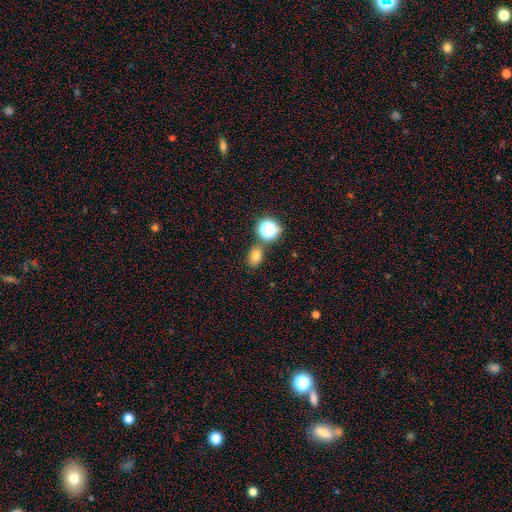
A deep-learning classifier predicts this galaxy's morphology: Smooth or featured: smooth — 73% (star or artifact — 19%)
How rounded: in between — 67% (round — 32%)
Merging: none — 77% (minor disturbance — 10%)